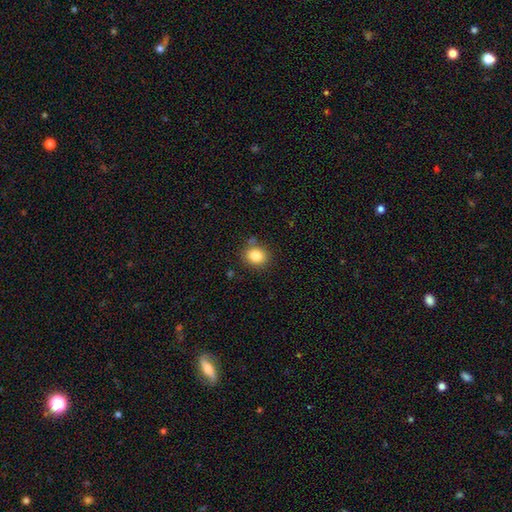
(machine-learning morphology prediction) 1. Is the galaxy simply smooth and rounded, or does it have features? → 84% smooth, 10% star or artifact, 6% featured or disk.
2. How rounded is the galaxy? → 63% round, 36% in between, 1% cigar-shaped.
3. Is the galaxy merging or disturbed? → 81% none, 12% minor disturbance, 4% merger, 3% major disturbance.